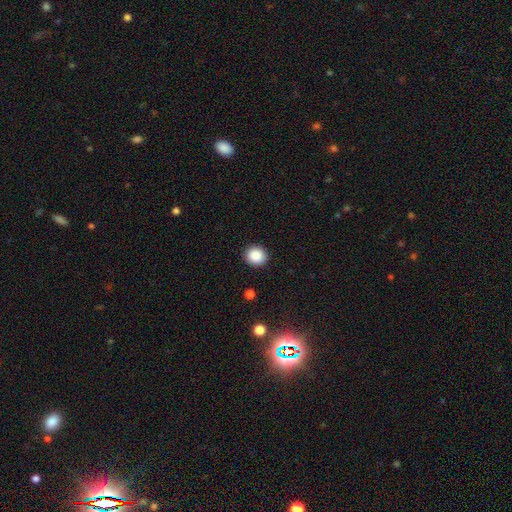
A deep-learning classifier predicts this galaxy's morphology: smooth-or-featured: smooth: 88% | star or artifact: 9% | featured or disk: 3%
  how-rounded: round: 86% | in between: 13% | cigar-shaped: 1%
  merging: none: 92% | minor disturbance: 6% | major disturbance: 2% | merger: 1%